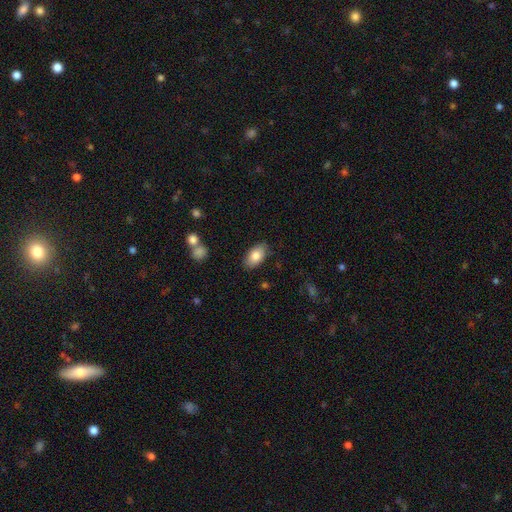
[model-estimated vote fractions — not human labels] Smooth or featured: smooth — 83% (featured or disk — 11%)
How rounded: in between — 94% (round — 4%)
Merging: none — 85% (minor disturbance — 11%)